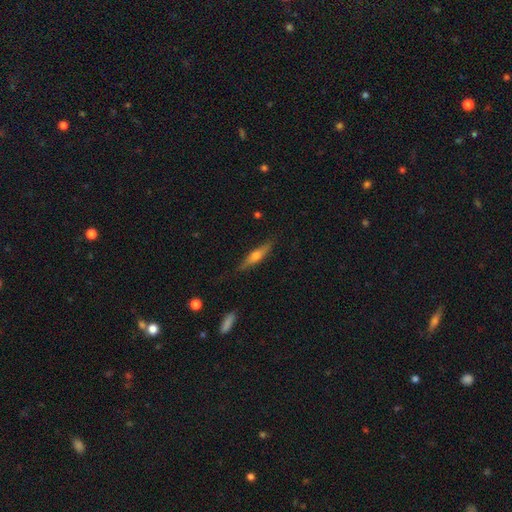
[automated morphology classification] Overall: featured or disk (53%; smooth 41%). Edge-on disk: yes (94%). Merging: none (83%).